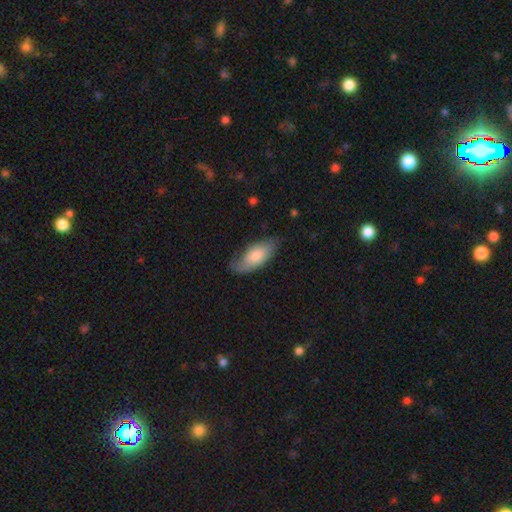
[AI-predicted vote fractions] Smooth or featured? smooth (73%)
How rounded? in between (87%)
Merging? none (65%)